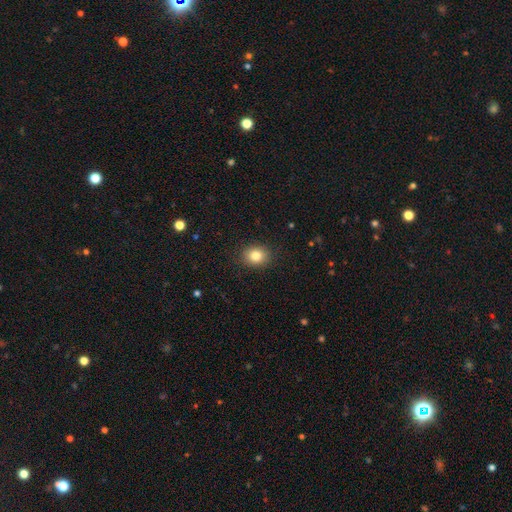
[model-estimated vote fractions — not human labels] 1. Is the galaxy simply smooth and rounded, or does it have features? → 83% smooth, 10% star or artifact, 7% featured or disk.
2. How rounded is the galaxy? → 60% round, 39% in between, 1% cigar-shaped.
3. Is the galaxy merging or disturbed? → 89% none, 8% minor disturbance, 2% major disturbance, 1% merger.